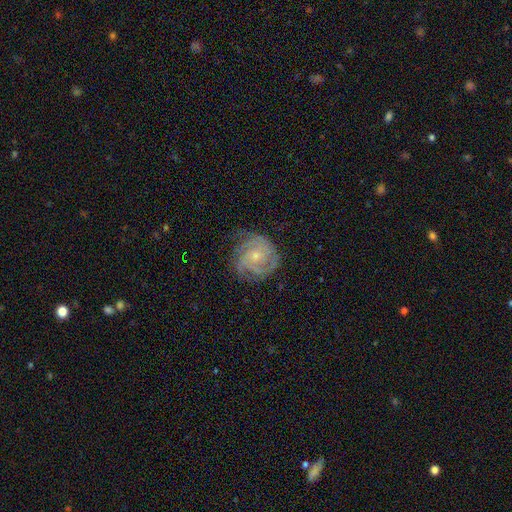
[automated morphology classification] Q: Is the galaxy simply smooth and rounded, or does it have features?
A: featured or disk — 86%.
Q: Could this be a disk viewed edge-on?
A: no — 98%.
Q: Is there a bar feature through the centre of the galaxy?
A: no — 76%.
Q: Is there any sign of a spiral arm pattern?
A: yes — 97%.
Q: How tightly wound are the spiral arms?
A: tight — 67%.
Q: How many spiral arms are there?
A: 3 — 40%.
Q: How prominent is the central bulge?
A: small — 69%.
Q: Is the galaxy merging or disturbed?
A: none — 74%.